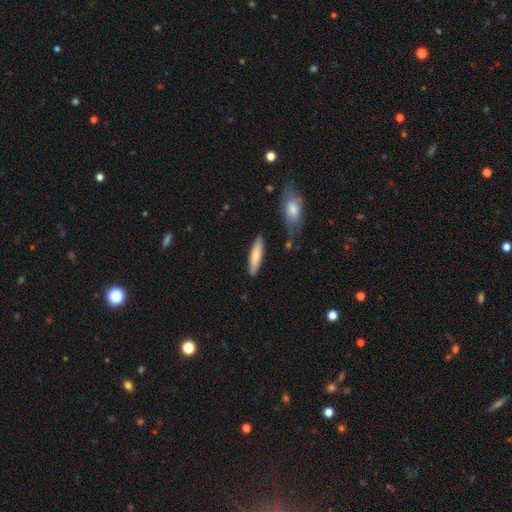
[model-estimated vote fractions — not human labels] smooth_or_featured: smooth (p=0.78) [alt: featured or disk p=0.16]
how_rounded: cigar-shaped (p=0.74) [alt: in between p=0.25]
merging: none (p=0.84) [alt: minor disturbance p=0.11]